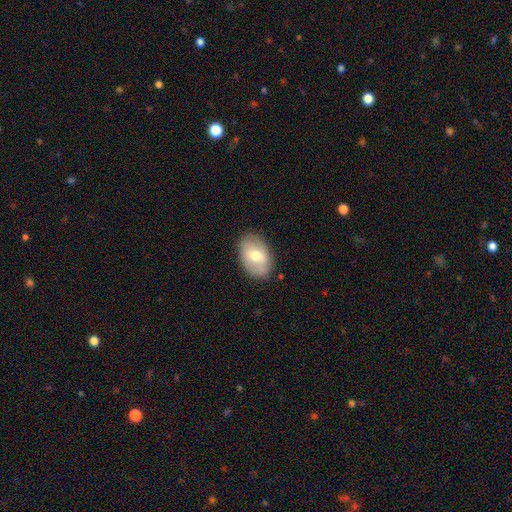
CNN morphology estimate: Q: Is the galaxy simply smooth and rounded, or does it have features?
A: smooth — 61%.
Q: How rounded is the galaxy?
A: in between — 87%.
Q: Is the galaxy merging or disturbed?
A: none — 83%.